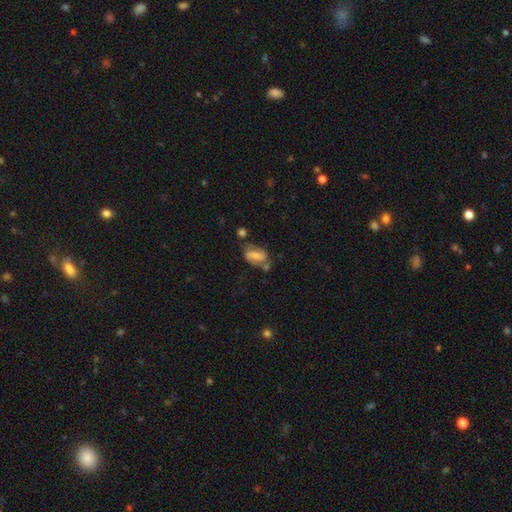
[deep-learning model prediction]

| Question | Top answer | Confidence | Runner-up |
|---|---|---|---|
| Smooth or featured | featured or disk | 54% | smooth (37%) |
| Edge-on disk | no | 96% | yes (4%) |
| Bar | weak | 38% | strong (36%) |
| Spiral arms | yes | 83% | no (17%) |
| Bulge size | small | 33% | none (28%) |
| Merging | none | 48% | minor disturbance (24%) |